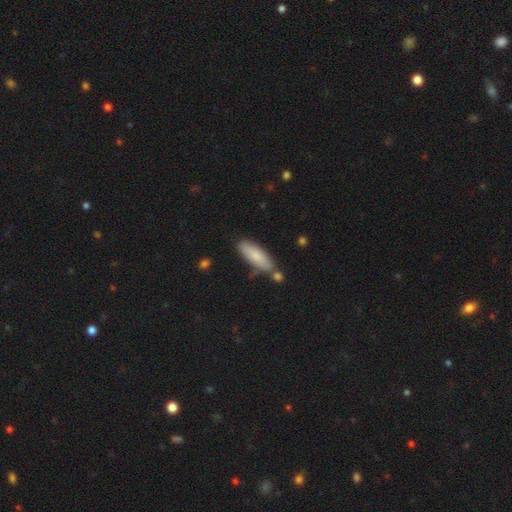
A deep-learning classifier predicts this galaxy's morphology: This appears to be a smooth galaxy with no disk features (80%) that is in between round and cigar-shaped (55%). Merging: none (69%).